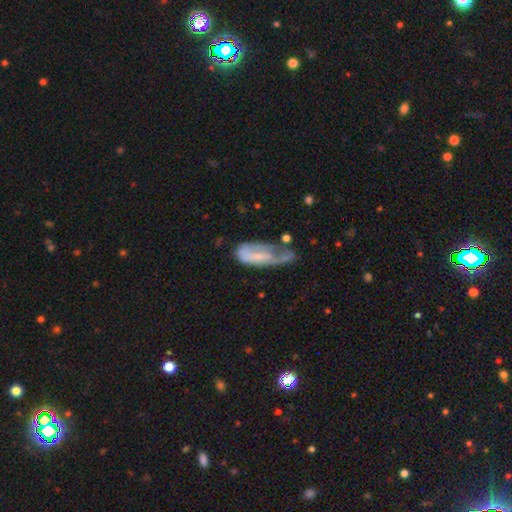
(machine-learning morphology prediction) This appears to be a featured or disk galaxy (52%). Merging: major disturbance (42%).